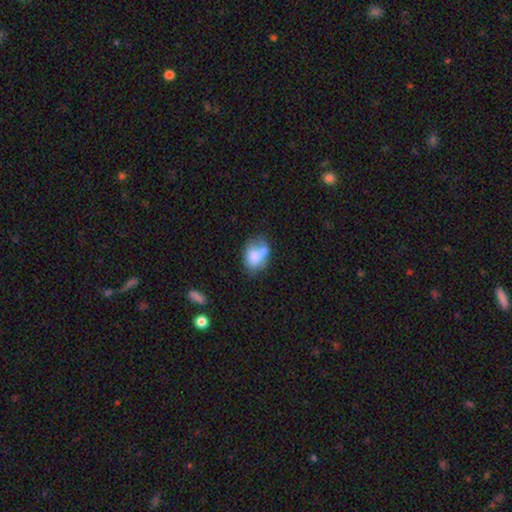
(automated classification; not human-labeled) Q: Smooth or featured?
A: smooth (70%); runner-up: featured or disk (21%)
Q: How rounded?
A: in between (74%); runner-up: round (25%)
Q: Merging?
A: none (33%); runner-up: merger (27%)